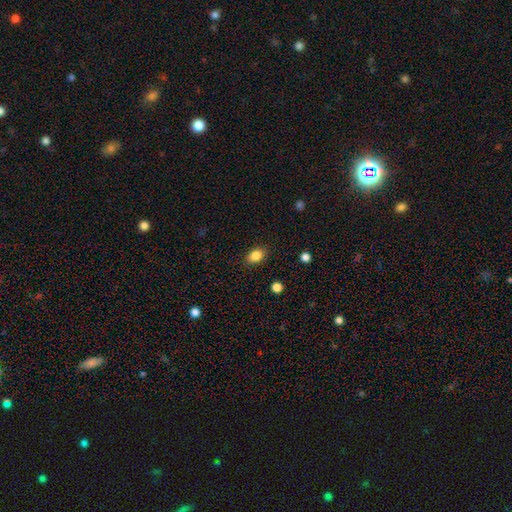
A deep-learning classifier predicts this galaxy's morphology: The model was most divided on "how rounded": in between: 78%, round: 21%, cigar-shaped: 1%. More confident: merging — none (87%); smooth or featured — smooth (85%).